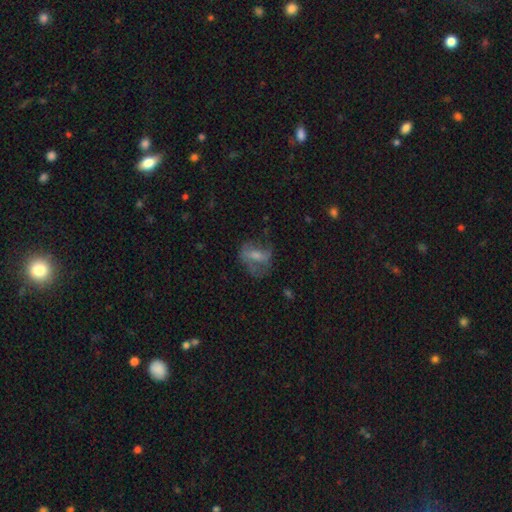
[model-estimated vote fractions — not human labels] Overall: featured or disk (53%; smooth 38%). Edge-on disk: no (94%). Merging: none (46%; major disturbance 29%).